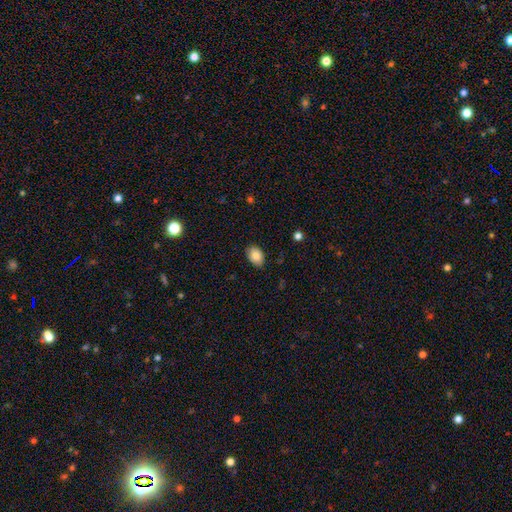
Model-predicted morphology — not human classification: A smooth galaxy with no disk features (86%) that is in between round and cigar-shaped (80%). Merging: none (85%).